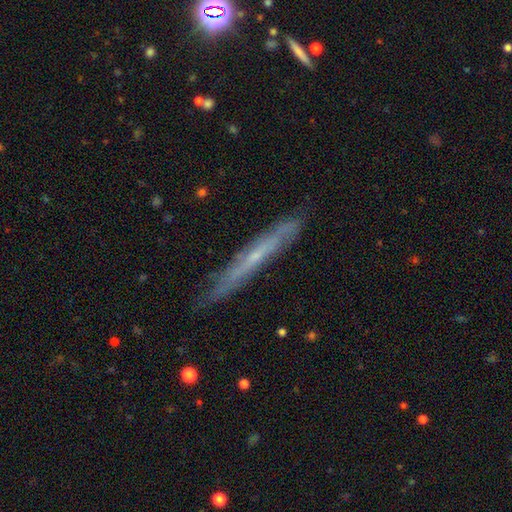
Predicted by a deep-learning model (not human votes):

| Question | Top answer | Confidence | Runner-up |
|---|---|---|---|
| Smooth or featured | featured or disk | 65% | smooth (28%) |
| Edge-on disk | yes | 85% | no (15%) |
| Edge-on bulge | none | 64% | rounded (32%) |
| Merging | none | 80% | minor disturbance (16%) |